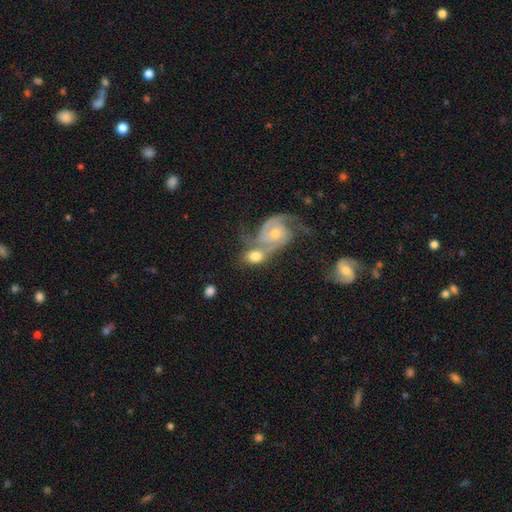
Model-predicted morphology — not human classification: Smooth or featured? featured or disk (59%)
Edge-on disk? no (96%)
Bar? no (61%)
Spiral arms? yes (91%)
Spiral winding? medium (46%)
Spiral arm count? 2 (85%)
Bulge size? moderate (44%)
Merging? merger (56%)